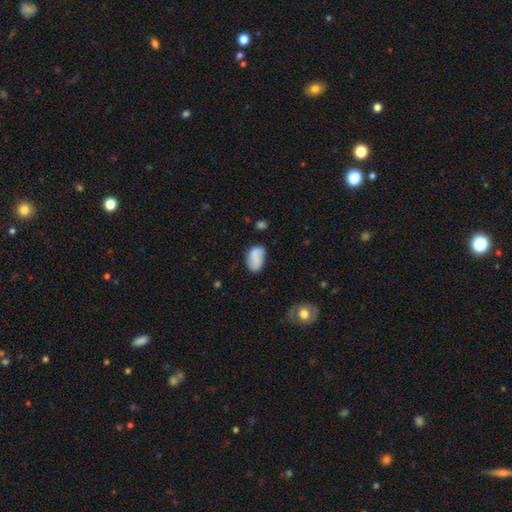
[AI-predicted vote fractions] The model was most divided on "merging": none: 63%, minor disturbance: 24%, major disturbance: 7%, merger: 6%. More confident: how rounded — in between (89%); smooth or featured — smooth (71%).